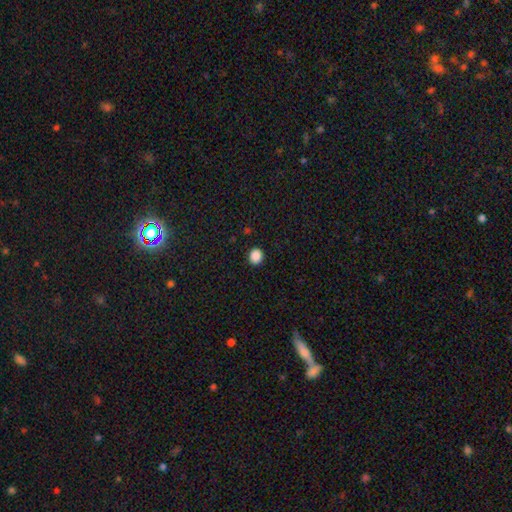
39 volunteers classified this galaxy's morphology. A smooth galaxy with no disk features (87%) that is round (65%). Merging: none (81%).